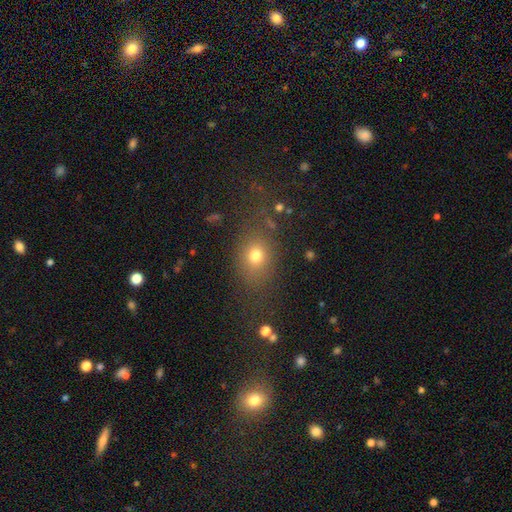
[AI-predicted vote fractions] The model was most divided on "how rounded": in between: 54%, round: 44%, cigar-shaped: 2%. More confident: smooth or featured — smooth (73%); merging — none (71%).